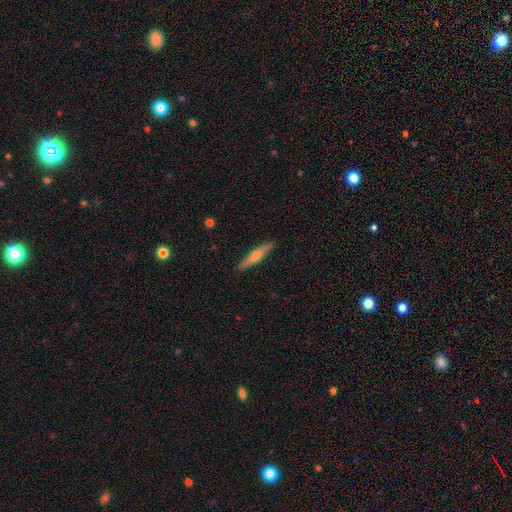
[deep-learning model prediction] Smooth or featured? featured or disk (48%)
Merging? none (90%)